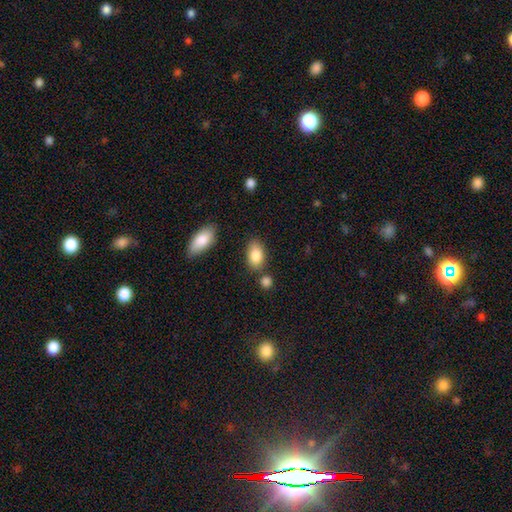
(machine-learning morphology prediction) A smooth galaxy with no disk features (86%) that is in between round and cigar-shaped (91%). Merging: none (72%).